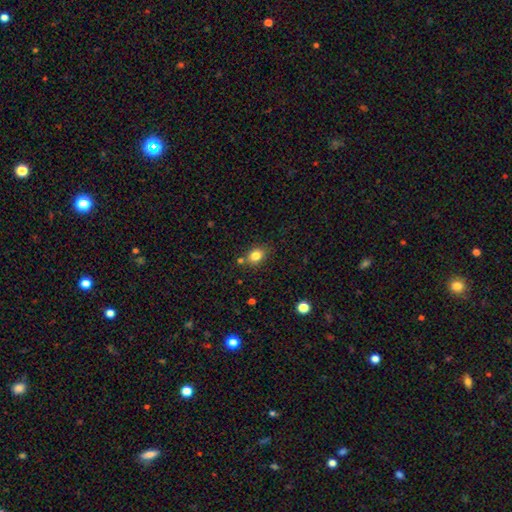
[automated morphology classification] smooth 82%, star or artifact 11%, featured or disk 7%. Down the decision tree: how rounded — in between (54%); merging — none (74%).